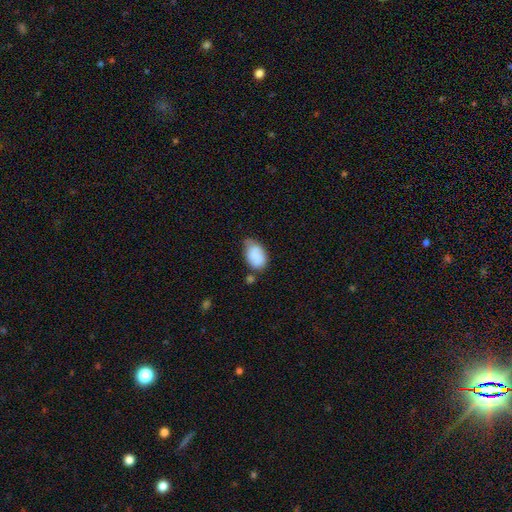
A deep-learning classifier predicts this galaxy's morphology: The model was most divided on "merging": minor disturbance: 41%, none: 38%, major disturbance: 11%, merger: 10%. More confident: how rounded — in between (89%); smooth or featured — smooth (85%).